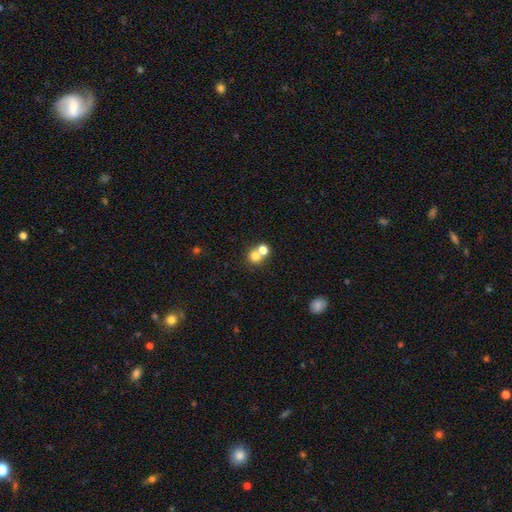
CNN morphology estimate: Smooth or featured?
  - smooth: 74% *
  - star or artifact: 14%
  - featured or disk: 12%
How rounded?
  - round: 82% *
  - in between: 17%
  - cigar-shaped: 1%
Merging?
  - merger: 50% *
  - none: 42%
  - minor disturbance: 6%
  - major disturbance: 3%